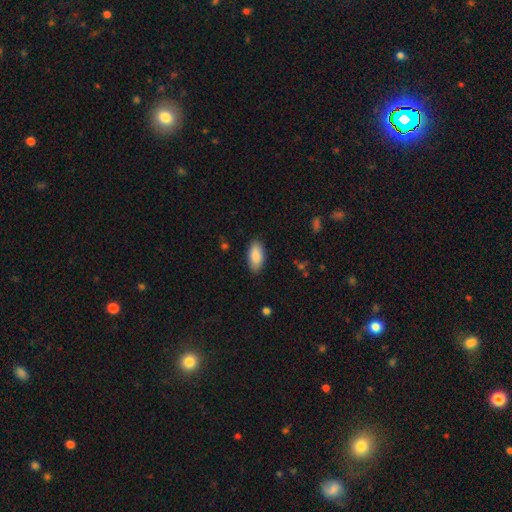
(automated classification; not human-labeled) Overall: smooth (88%). How rounded: in between (91%). Merging: none (87%).